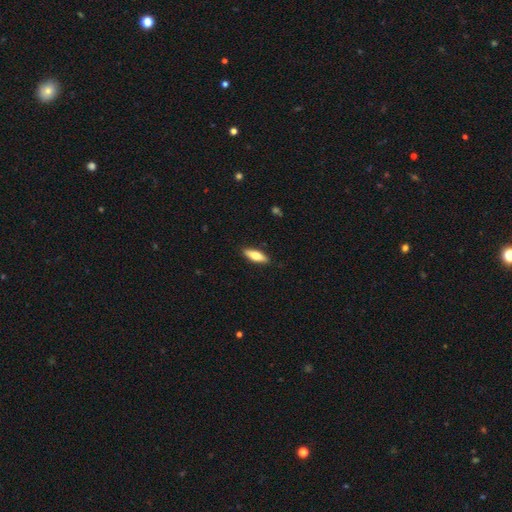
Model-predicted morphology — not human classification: type=smooth (69%); roundness=in between (59%); merging=none (89%).